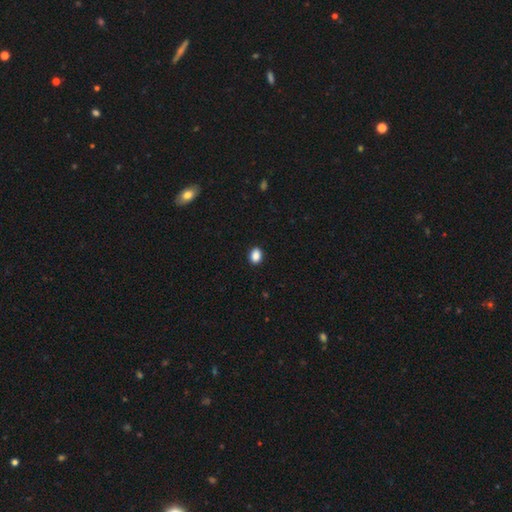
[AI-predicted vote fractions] Q: Smooth or featured?
A: smooth (89%); runner-up: star or artifact (9%)
Q: How rounded?
A: in between (60%); runner-up: round (39%)
Q: Merging?
A: none (91%); runner-up: minor disturbance (6%)